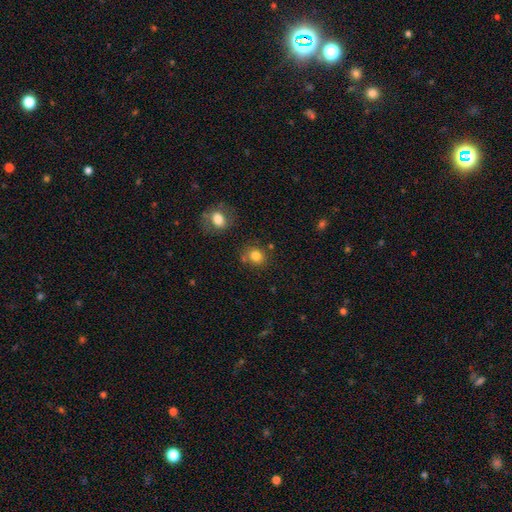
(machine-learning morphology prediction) Smooth or featured: smooth — 81% (star or artifact — 12%)
How rounded: round — 76% (in between — 23%)
Merging: none — 71% (minor disturbance — 13%)